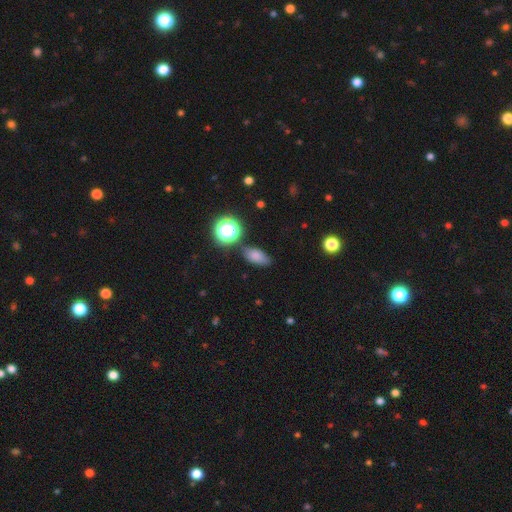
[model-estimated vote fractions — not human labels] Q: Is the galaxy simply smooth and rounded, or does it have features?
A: smooth — 75%.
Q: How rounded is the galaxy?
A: in between — 83%.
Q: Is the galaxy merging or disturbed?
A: none — 74%.